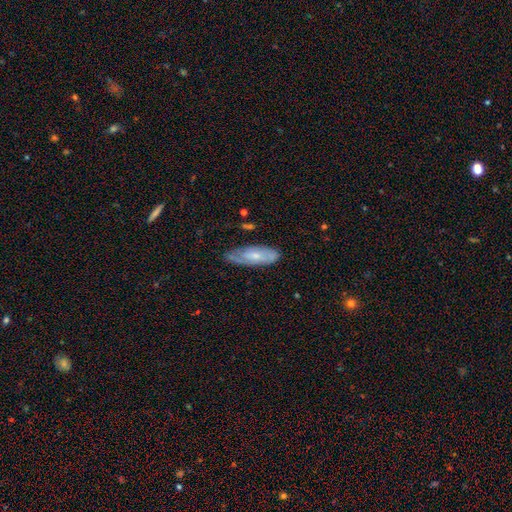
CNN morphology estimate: Smooth or featured? Predicted: featured or disk (p=0.52). Edge-on disk? Predicted: no (p=0.79). Merging? Predicted: none (p=0.64).